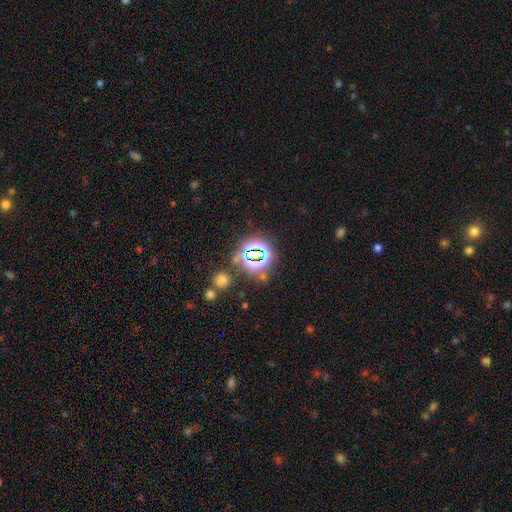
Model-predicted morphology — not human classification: A star or artifact, not a galaxy (71%).